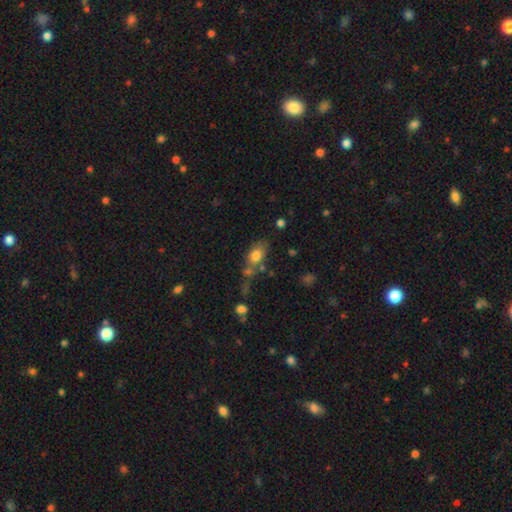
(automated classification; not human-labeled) This appears to be a smooth galaxy with no disk features (77%) that is in between round and cigar-shaped (80%). Merging: none (47%).